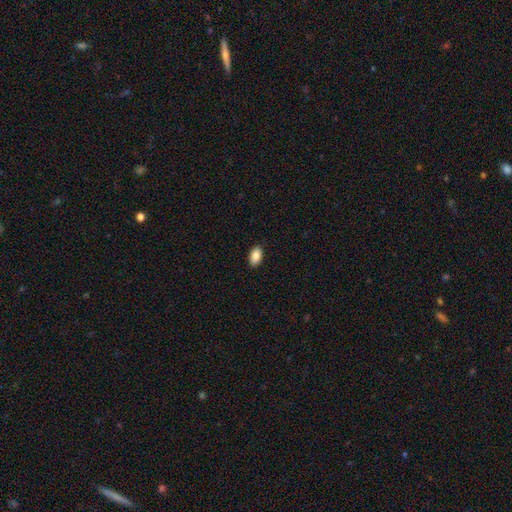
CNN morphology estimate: The model was most divided on "smooth or featured": smooth: 87%, star or artifact: 7%, featured or disk: 6%. More confident: how rounded — in between (93%); merging — none (90%).